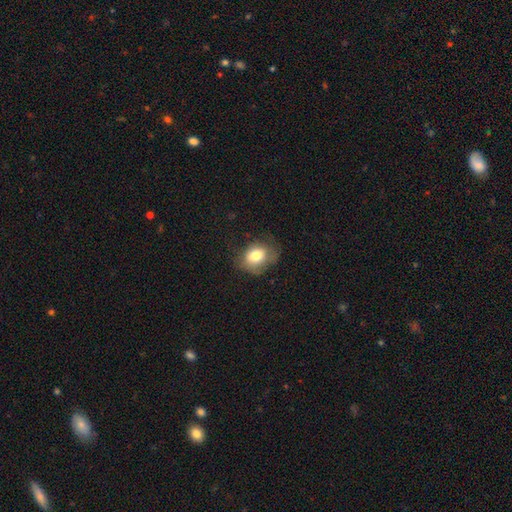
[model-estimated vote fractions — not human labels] A smooth galaxy with no disk features (75%) that is in between round and cigar-shaped (56%). Merging: none (53%).